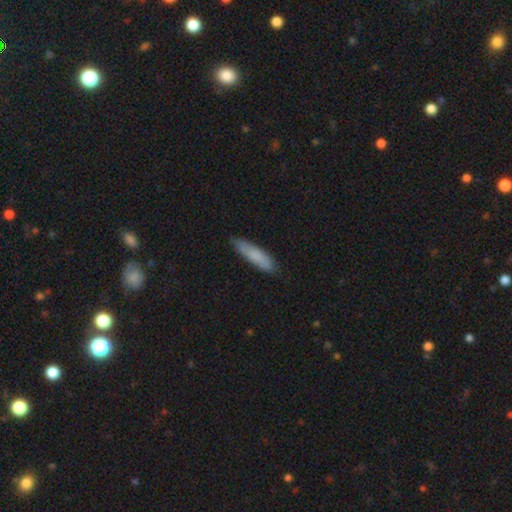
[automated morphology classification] Overall: smooth (80%). How rounded: cigar-shaped (75%). Merging: none (82%).